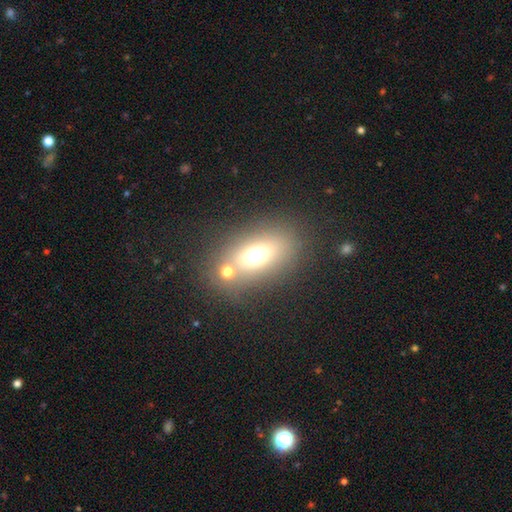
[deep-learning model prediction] This is likely a smooth galaxy (61%). How rounded: likely in between (67%). Merging: likely none (63%).